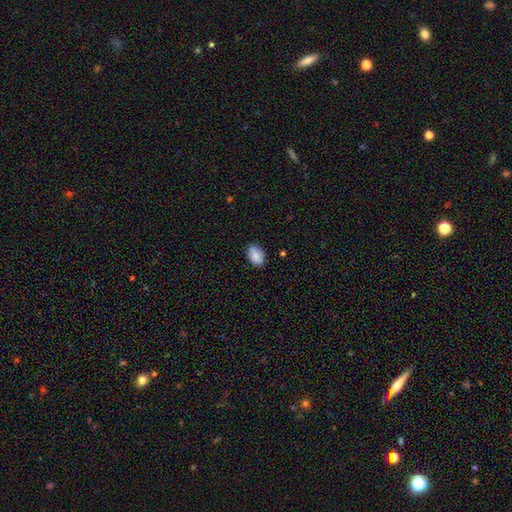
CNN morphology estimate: Smooth or featured?
  - smooth: 85% *
  - featured or disk: 8%
  - star or artifact: 7%
How rounded?
  - in between: 86% *
  - round: 13%
  - cigar-shaped: 1%
Merging?
  - none: 80% *
  - minor disturbance: 16%
  - major disturbance: 3%
  - merger: 1%